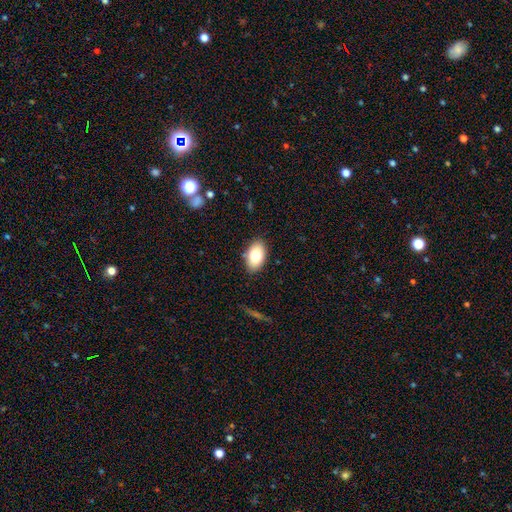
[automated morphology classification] smooth 80%, featured or disk 12%, star or artifact 7%. Down the decision tree: how rounded — in between (92%); merging — none (87%).